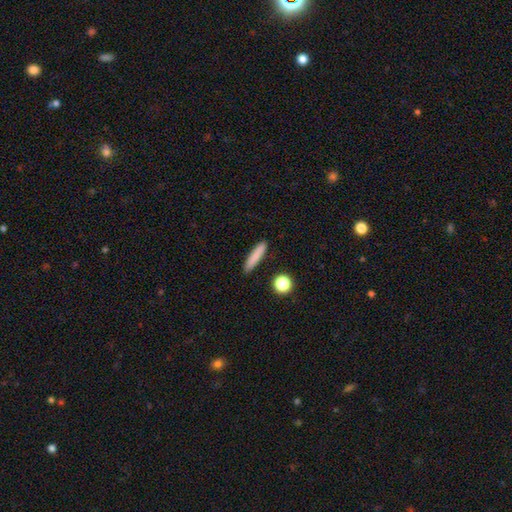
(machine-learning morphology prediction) The model was most divided on "smooth or featured": smooth: 81%, featured or disk: 10%, star or artifact: 8%. More confident: merging — none (89%); how rounded — cigar-shaped (89%).